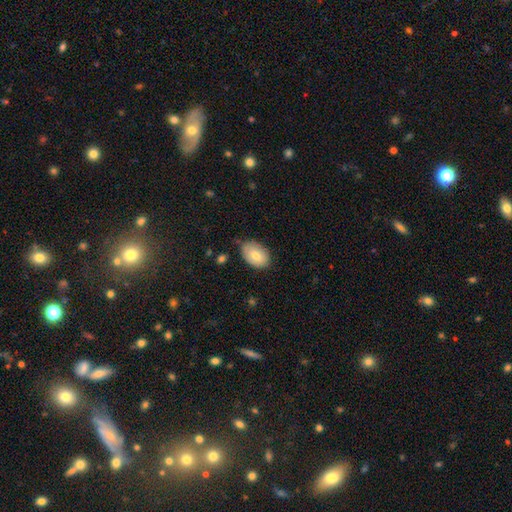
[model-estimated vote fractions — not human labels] Smooth or featured?
  - smooth: 76% *
  - featured or disk: 17%
  - star or artifact: 7%
How rounded?
  - in between: 88% *
  - round: 11%
  - cigar-shaped: 1%
Merging?
  - none: 73% *
  - minor disturbance: 22%
  - major disturbance: 3%
  - merger: 2%